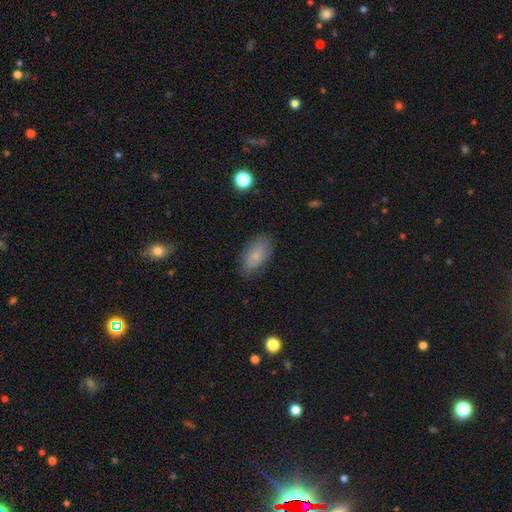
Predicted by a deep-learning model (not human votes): Smooth or featured? smooth (76%)
How rounded? in between (92%)
Merging? none (78%)